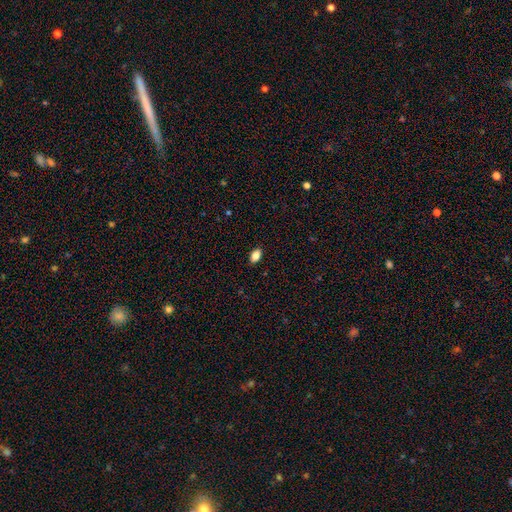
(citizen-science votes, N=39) smooth_or_featured: smooth (p=0.95) [alt: star or artifact p=0.05]
how_rounded: in between (p=0.78) [alt: round p=0.19]
merging: none (p=0.95) [alt: minor disturbance p=0.03]